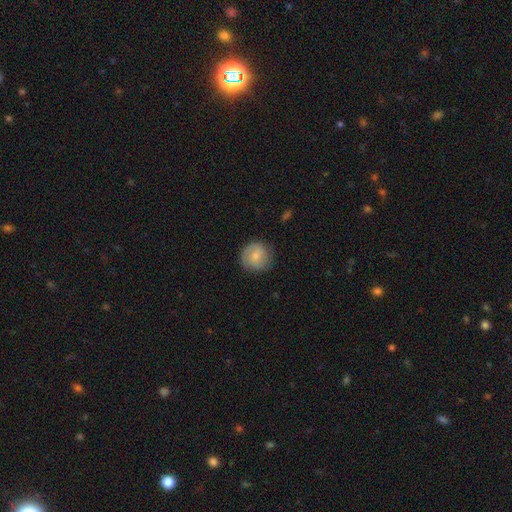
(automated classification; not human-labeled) smooth-or-featured: smooth: 67% | featured or disk: 27% | star or artifact: 7%
  how-rounded: round: 91% | in between: 8% | cigar-shaped: 1%
  merging: none: 81% | minor disturbance: 14% | major disturbance: 4% | merger: 1%